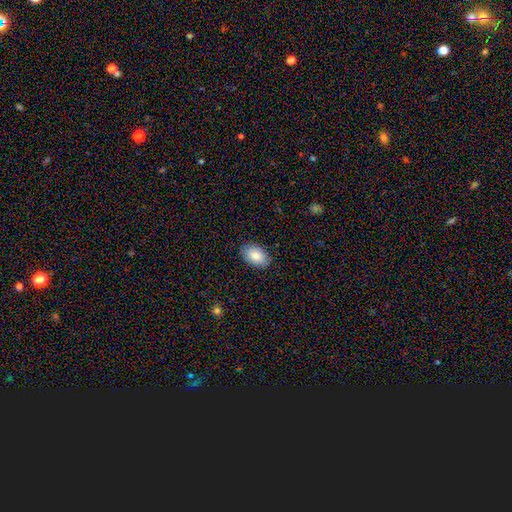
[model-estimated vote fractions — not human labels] Overall: smooth (85%). How rounded: in between (92%). Merging: none (86%).